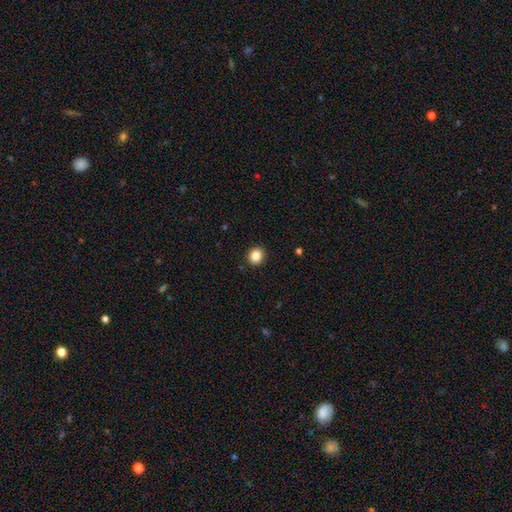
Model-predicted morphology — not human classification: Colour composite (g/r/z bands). It shows a smooth galaxy with no disk features (87%) that is round (80%). Merging: none (91%).